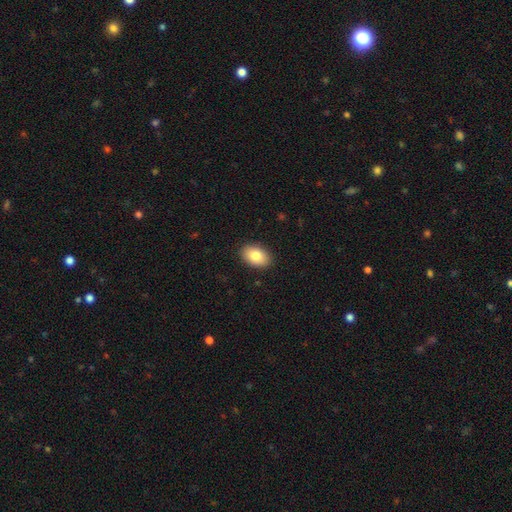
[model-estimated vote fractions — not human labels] A smooth galaxy with no disk features (82%) that is in between round and cigar-shaped (87%).

Vote fractions:
- Smooth or featured? smooth: 82% / featured or disk: 11% / star or artifact: 7%
- How rounded? in between: 87% / round: 11% / cigar-shaped: 1%
- Merging? none: 90% / minor disturbance: 8% / major disturbance: 2% / merger: 1%